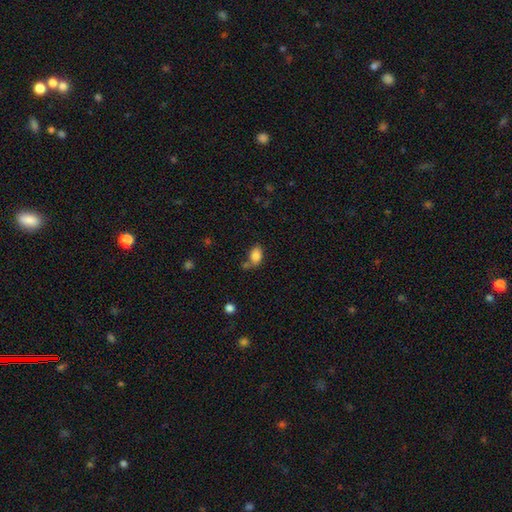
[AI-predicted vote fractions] Smooth or featured: smooth — 84% (star or artifact — 9%)
How rounded: in between — 87% (round — 11%)
Merging: none — 57% (minor disturbance — 20%)